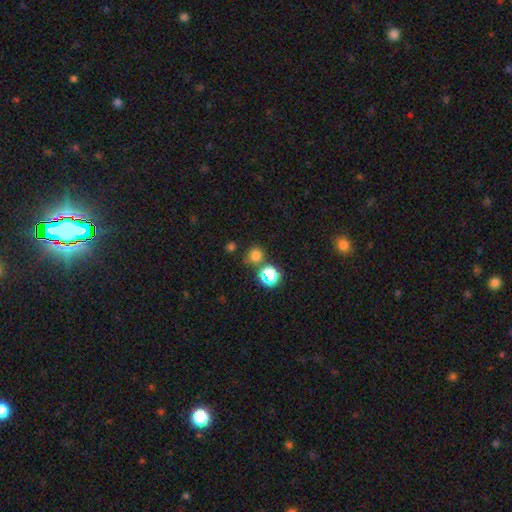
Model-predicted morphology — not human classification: A smooth galaxy with no disk features (72%) that is round (90%).

Vote fractions:
- Smooth or featured? smooth: 72% / star or artifact: 22% / featured or disk: 6%
- How rounded? round: 90% / in between: 9% / cigar-shaped: 1%
- Merging? none: 73% / merger: 15% / minor disturbance: 9% / major disturbance: 4%